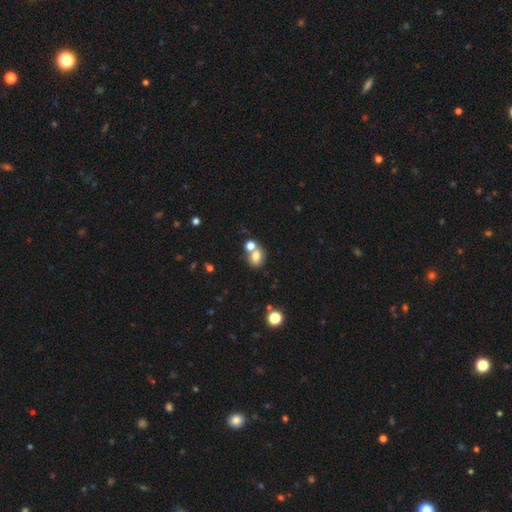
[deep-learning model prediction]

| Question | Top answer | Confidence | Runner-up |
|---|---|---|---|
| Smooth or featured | smooth | 75% | featured or disk (12%) |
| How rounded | round | 55% | in between (44%) |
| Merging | merger | 44% | none (43%) |